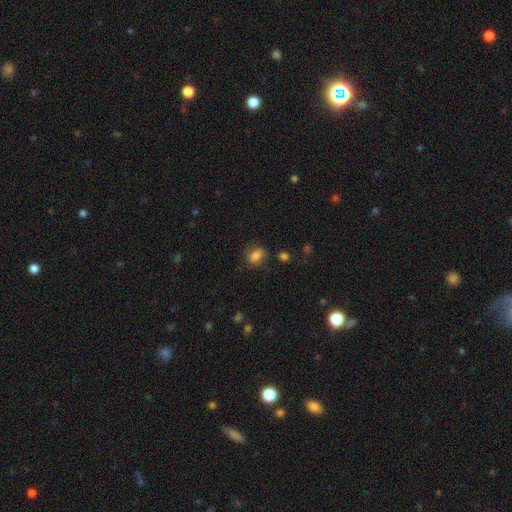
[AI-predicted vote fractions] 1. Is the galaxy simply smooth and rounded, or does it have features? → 79% smooth, 11% featured or disk, 11% star or artifact.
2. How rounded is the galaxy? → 72% in between, 26% round, 2% cigar-shaped.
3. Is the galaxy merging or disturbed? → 67% none, 21% minor disturbance, 9% major disturbance, 3% merger.